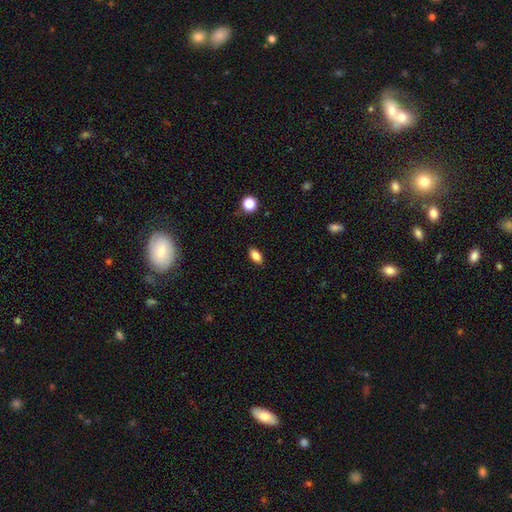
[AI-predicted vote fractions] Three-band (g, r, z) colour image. It shows a smooth galaxy with no disk features (84%) that is in between round and cigar-shaped (88%). Merging: none (88%).